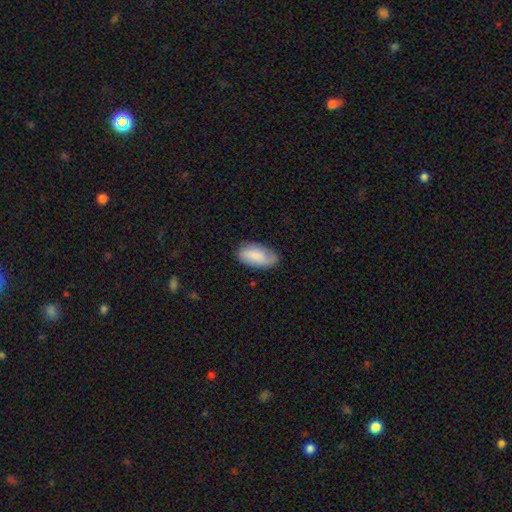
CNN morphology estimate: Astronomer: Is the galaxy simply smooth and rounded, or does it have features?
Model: smooth — 78%.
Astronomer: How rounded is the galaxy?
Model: in between — 94%.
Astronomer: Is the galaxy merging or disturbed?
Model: none — 67%.